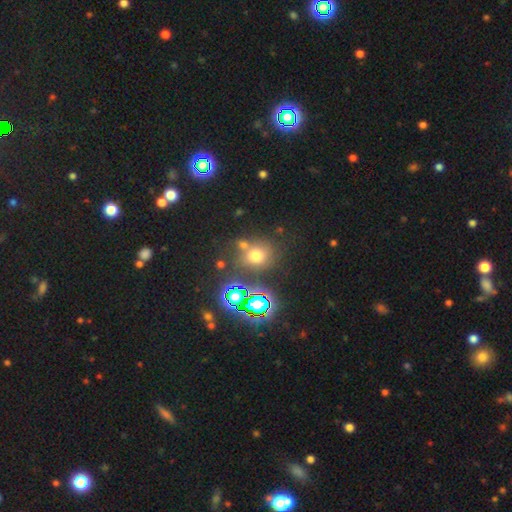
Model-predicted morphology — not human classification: Q: Smooth or featured?
A: smooth (61%); runner-up: star or artifact (29%)
Q: How rounded?
A: round (71%); runner-up: in between (27%)
Q: Merging?
A: none (65%); runner-up: merger (17%)